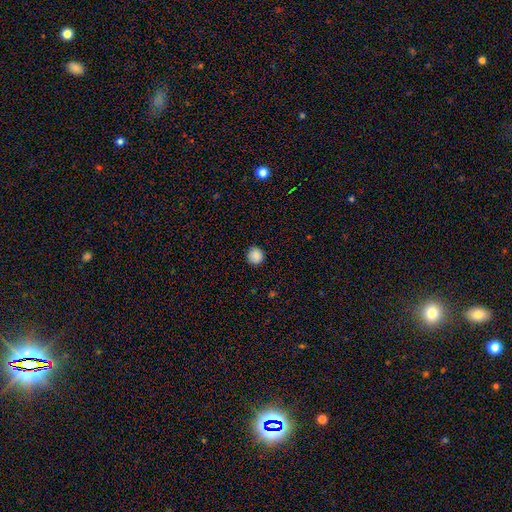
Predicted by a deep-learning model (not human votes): This appears to be a smooth galaxy with no disk features (87%) that is round (94%). Merging: none (90%).